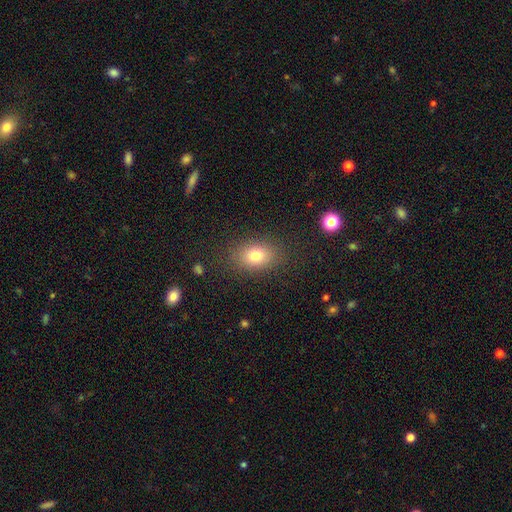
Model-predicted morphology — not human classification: This is likely a smooth galaxy (78%). How rounded: likely in between (76%). Merging: clearly none (83%).